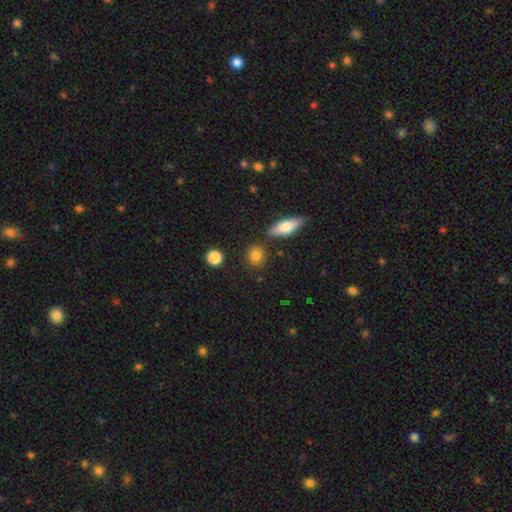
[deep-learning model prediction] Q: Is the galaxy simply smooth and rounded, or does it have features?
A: smooth — 81%.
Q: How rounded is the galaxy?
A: round — 75%.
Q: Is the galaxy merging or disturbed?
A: none — 79%.